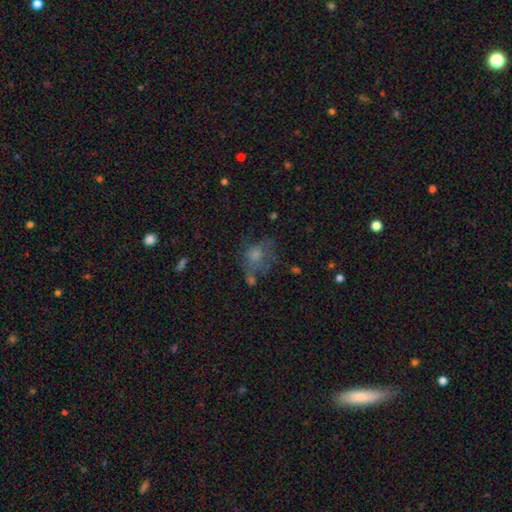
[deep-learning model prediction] Overall: smooth (57%; featured or disk 29%). How rounded: round (52%; in between 46%). Merging: none (39%; major disturbance 29%).